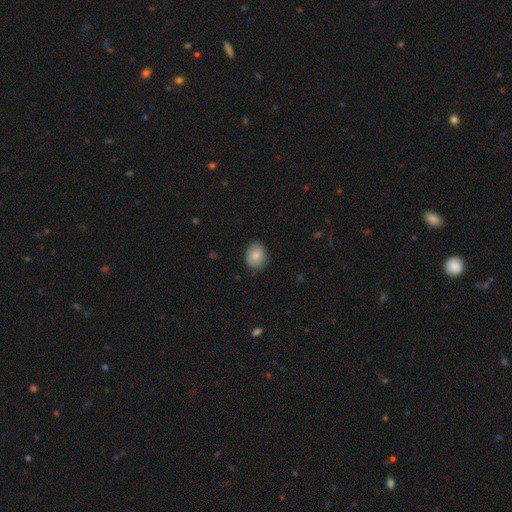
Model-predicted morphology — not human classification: Overall: smooth (83%). How rounded: round (58%; in between 41%). Merging: none (79%).